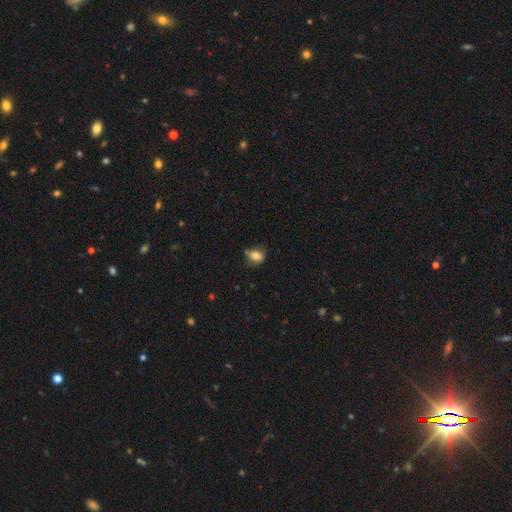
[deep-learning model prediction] Overall: smooth (78%). How rounded: in between (56%; round 43%). Merging: none (57%; minor disturbance 29%).